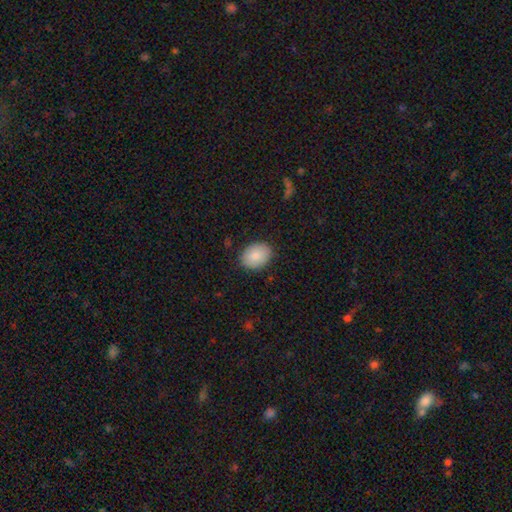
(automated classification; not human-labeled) smooth 87%, star or artifact 7%, featured or disk 6%. Down the decision tree: how rounded — in between (67%); merging — none (86%).